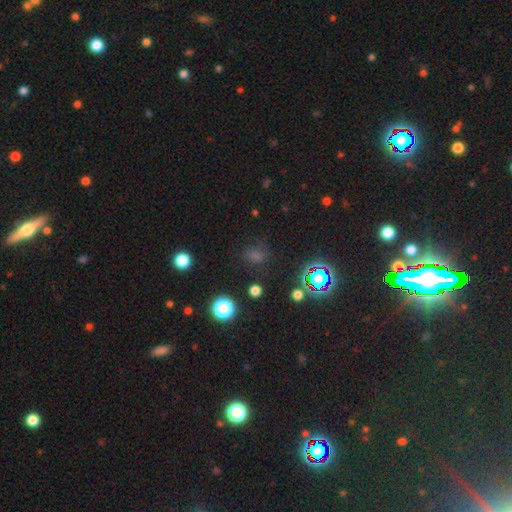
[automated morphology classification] Q: Smooth or featured?
A: smooth (46%); tied with: star or artifact (46%)
Q: Merging?
A: none (79%); runner-up: minor disturbance (12%)